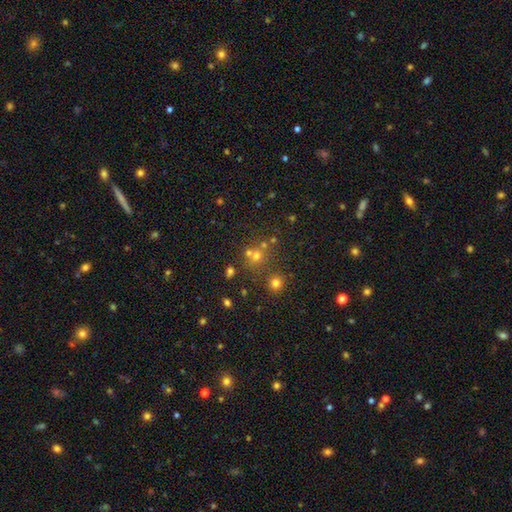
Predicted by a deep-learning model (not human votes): smooth-or-featured: smooth: 53% | star or artifact: 35% | featured or disk: 12%
  how-rounded: round: 86% | in between: 12% | cigar-shaped: 1%
  merging: none: 61% | merger: 28% | minor disturbance: 8% | major disturbance: 4%